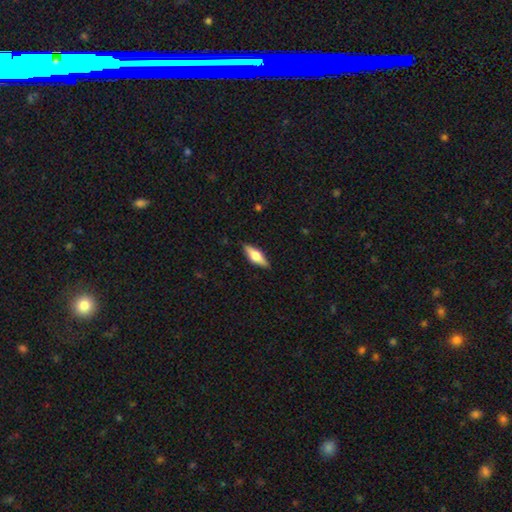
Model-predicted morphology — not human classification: featured or disk 48%, smooth 46%, star or artifact 6%. Down the decision tree: merging — none (88%).